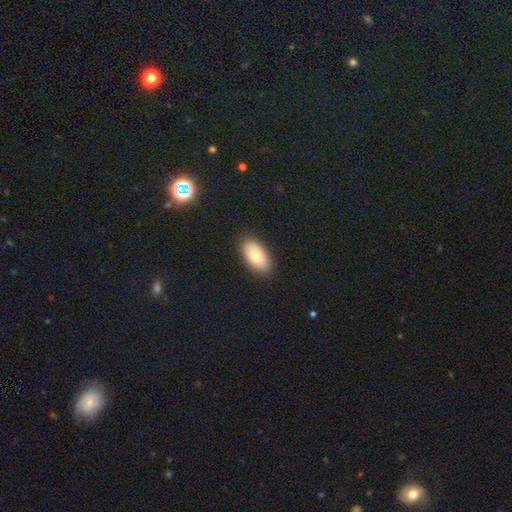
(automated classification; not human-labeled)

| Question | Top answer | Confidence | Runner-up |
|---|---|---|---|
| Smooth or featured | smooth | 82% | featured or disk (11%) |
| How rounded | in between | 94% | round (3%) |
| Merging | none | 88% | minor disturbance (9%) |